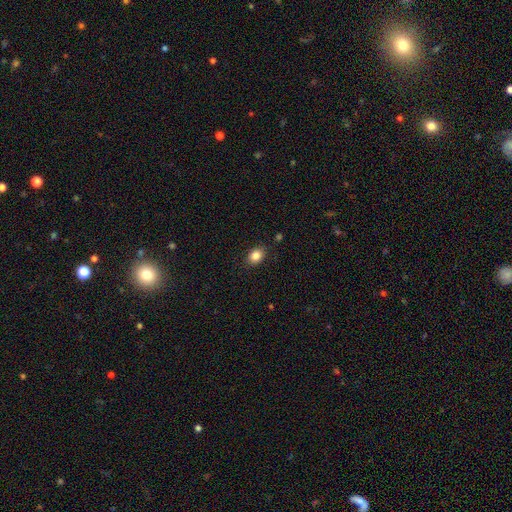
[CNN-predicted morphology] Smooth or featured?
  - smooth: 85% *
  - star or artifact: 9%
  - featured or disk: 6%
How rounded?
  - in between: 65% *
  - round: 34%
  - cigar-shaped: 1%
Merging?
  - none: 85% *
  - minor disturbance: 11%
  - major disturbance: 3%
  - merger: 1%